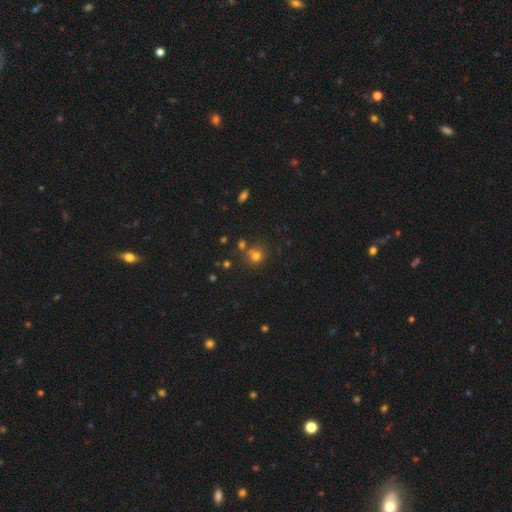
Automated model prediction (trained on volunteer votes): The model was most divided on "merging": none: 65%, merger: 20%, minor disturbance: 11%, major disturbance: 4%. More confident: how rounded — round (86%); smooth or featured — smooth (73%).